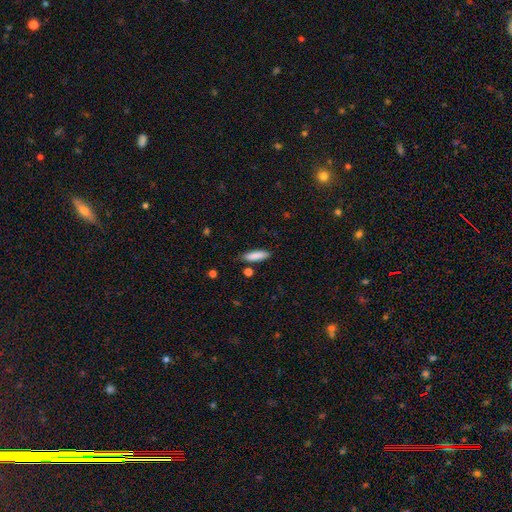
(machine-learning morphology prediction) This appears to be a smooth galaxy with no disk features (86%) that is cigar-shaped (63%). Merging: none (82%).